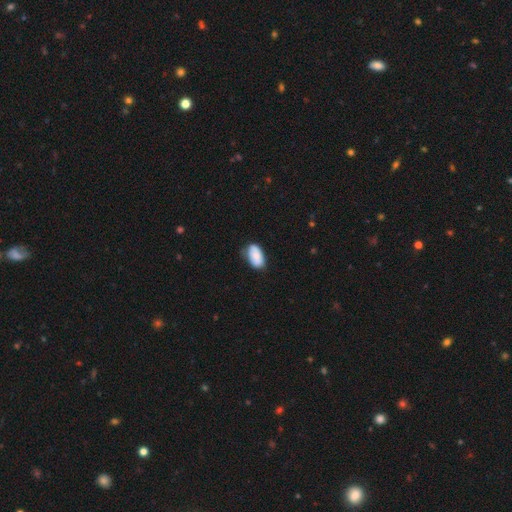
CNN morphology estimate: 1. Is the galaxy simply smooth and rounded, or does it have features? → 75% smooth, 18% featured or disk, 7% star or artifact.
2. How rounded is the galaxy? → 94% in between, 5% round, 2% cigar-shaped.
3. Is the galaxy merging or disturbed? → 72% none, 23% minor disturbance, 4% major disturbance, 1% merger.